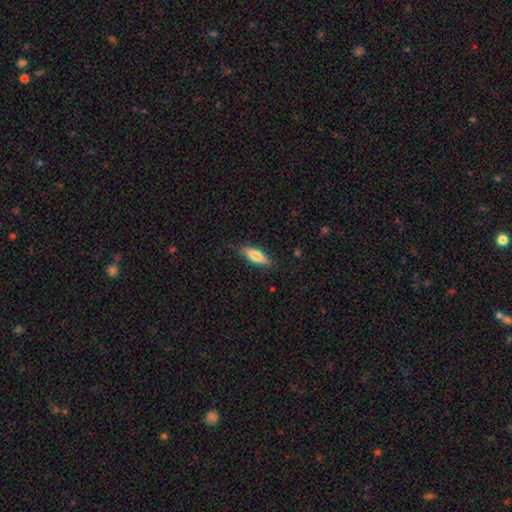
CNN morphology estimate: Smooth or featured?
  - smooth: 69% *
  - featured or disk: 25%
  - star or artifact: 6%
How rounded?
  - cigar-shaped: 52% *
  - in between: 46%
  - round: 2%
Merging?
  - none: 82% *
  - minor disturbance: 14%
  - major disturbance: 3%
  - merger: 1%